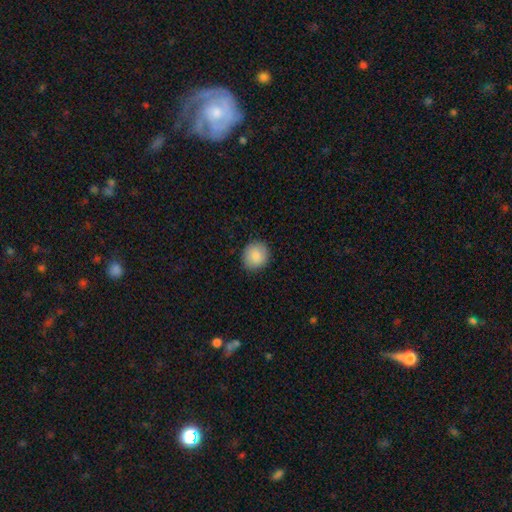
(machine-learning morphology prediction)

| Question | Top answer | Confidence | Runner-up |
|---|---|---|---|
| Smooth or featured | smooth | 87% | star or artifact (7%) |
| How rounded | round | 84% | in between (15%) |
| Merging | none | 89% | minor disturbance (8%) |